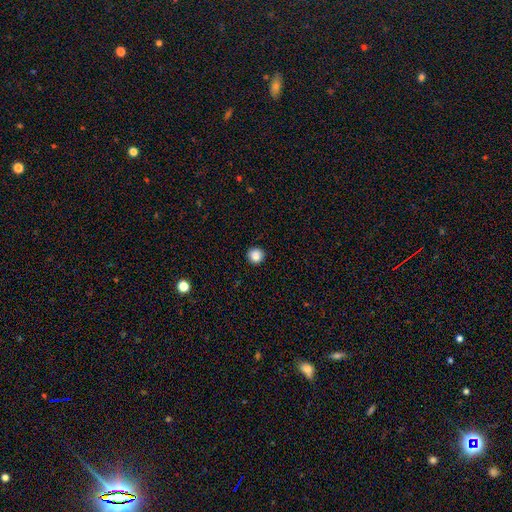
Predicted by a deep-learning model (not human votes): Smooth or featured? smooth (87%)
How rounded? round (94%)
Merging? none (92%)